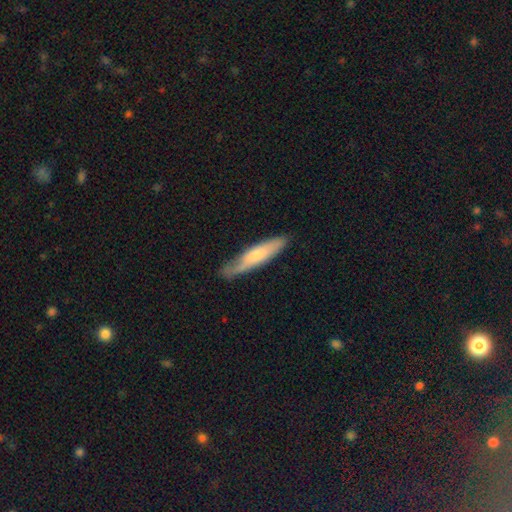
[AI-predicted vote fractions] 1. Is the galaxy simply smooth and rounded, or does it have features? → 58% smooth, 37% featured or disk, 6% star or artifact.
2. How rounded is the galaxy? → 84% cigar-shaped, 14% in between, 1% round.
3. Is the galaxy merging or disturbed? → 71% none, 22% minor disturbance, 5% major disturbance, 2% merger.